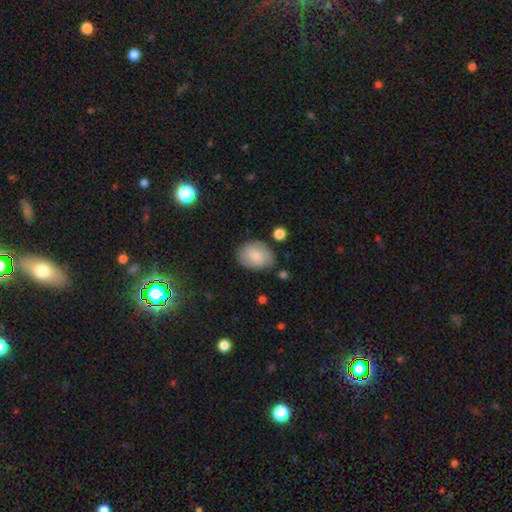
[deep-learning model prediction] A smooth galaxy with no disk features (80%) that is in between round and cigar-shaped (60%).

Vote fractions:
- Smooth or featured? smooth: 80% / featured or disk: 13% / star or artifact: 7%
- How rounded? in between: 60% / round: 39% / cigar-shaped: 1%
- Merging? none: 71% / minor disturbance: 21% / major disturbance: 5% / merger: 4%